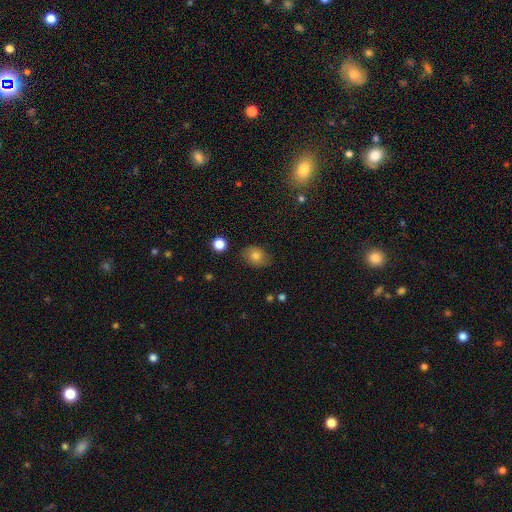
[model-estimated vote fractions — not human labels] smooth 79%, star or artifact 11%, featured or disk 10%. Down the decision tree: how rounded — in between (51%); merging — none (80%).